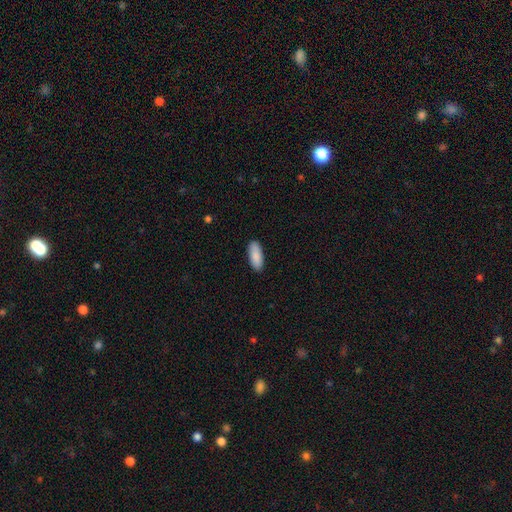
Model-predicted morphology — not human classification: A smooth galaxy with no disk features (90%) that is in between round and cigar-shaped (82%). Merging: none (89%).